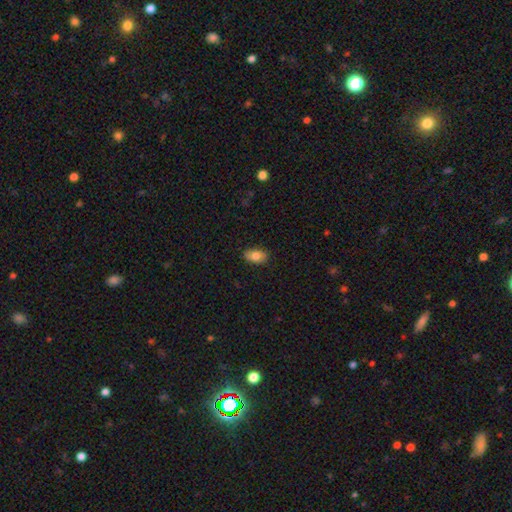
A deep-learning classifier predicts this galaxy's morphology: Smooth or featured: smooth — 81% (featured or disk — 11%)
How rounded: in between — 90% (round — 8%)
Merging: none — 85% (minor disturbance — 11%)